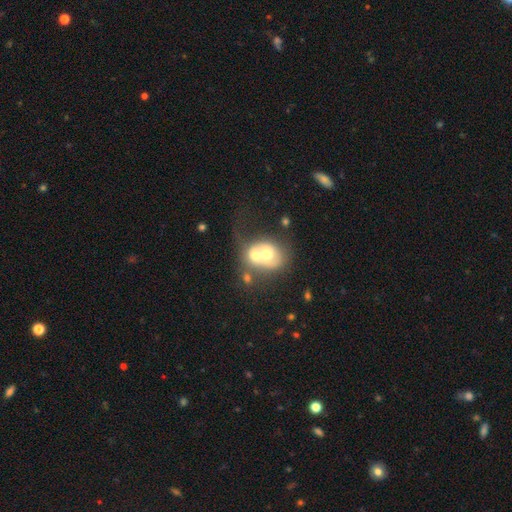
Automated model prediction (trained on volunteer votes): Overall: smooth (50%; featured or disk 42%). Merging: merger (69%).